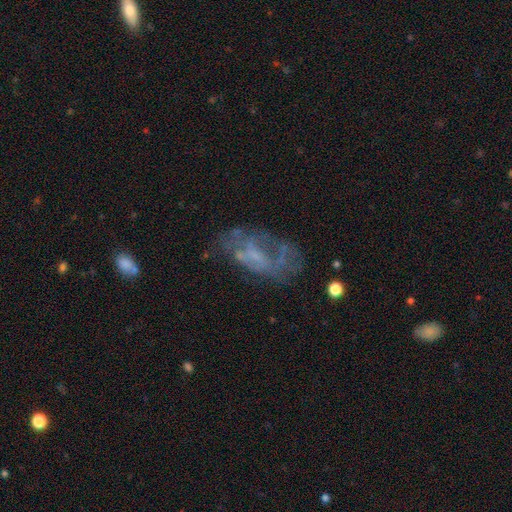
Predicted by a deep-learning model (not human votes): Overall: featured or disk (61%; smooth 27%). Edge-on disk: no (95%). Bar: no (64%; weak 29%). Spiral arms: no (66%; yes 34%). Bulge size: none (46%; small 32%). Merging: none (42%; major disturbance 30%).